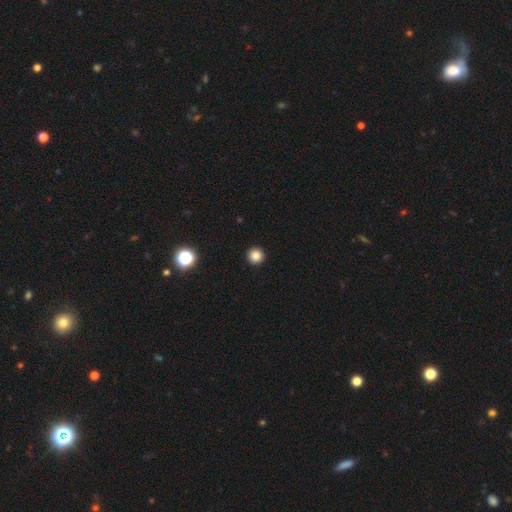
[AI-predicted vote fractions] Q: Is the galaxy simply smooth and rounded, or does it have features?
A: smooth — 83%.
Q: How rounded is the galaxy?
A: round — 97%.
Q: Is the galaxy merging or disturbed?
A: none — 94%.